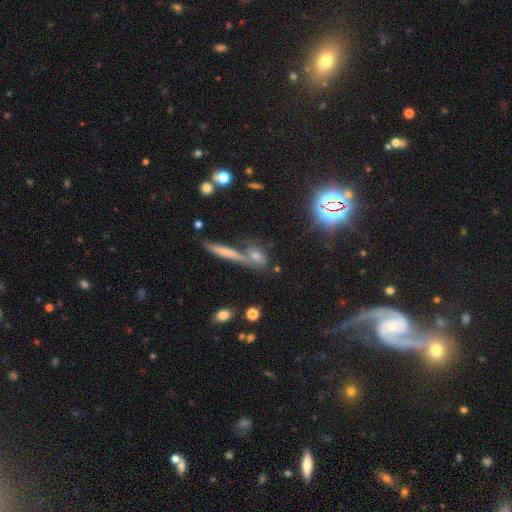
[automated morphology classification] type=smooth (56%); roundness=in between (41%); merging=none (53%).